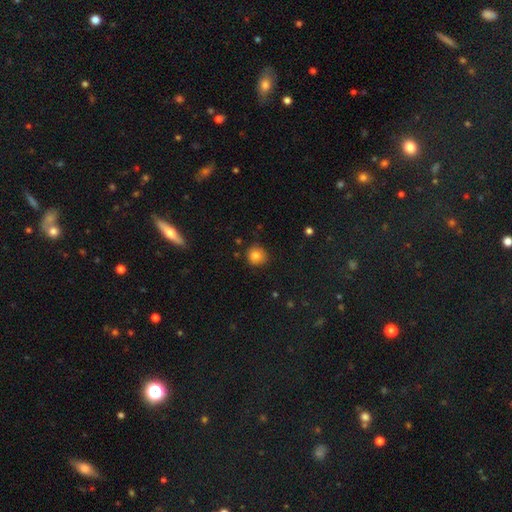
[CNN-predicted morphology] The model was most divided on "smooth or featured": smooth: 82%, star or artifact: 11%, featured or disk: 7%. More confident: how rounded — round (91%); merging — none (84%).